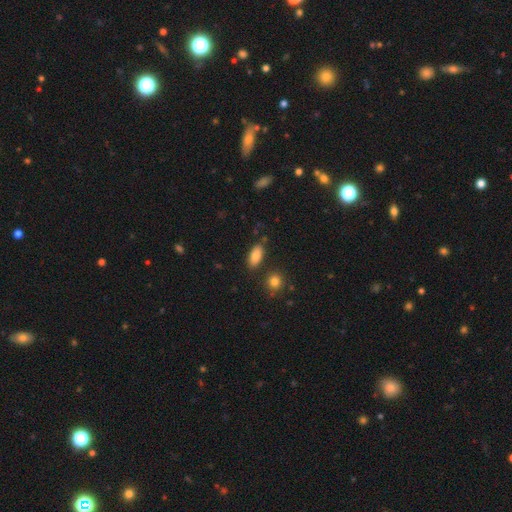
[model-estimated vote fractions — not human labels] The model was most divided on "merging": none: 81%, minor disturbance: 12%, merger: 4%, major disturbance: 3%. More confident: how rounded — in between (88%); smooth or featured — smooth (84%).